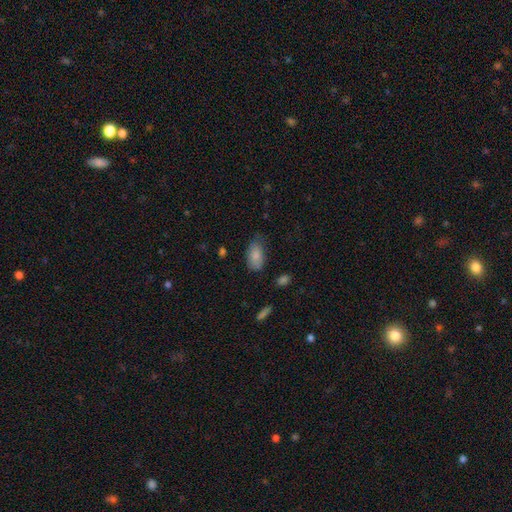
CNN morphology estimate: Q: Smooth or featured?
A: smooth (85%); runner-up: featured or disk (8%)
Q: How rounded?
A: in between (93%); runner-up: round (4%)
Q: Merging?
A: none (64%); runner-up: minor disturbance (27%)